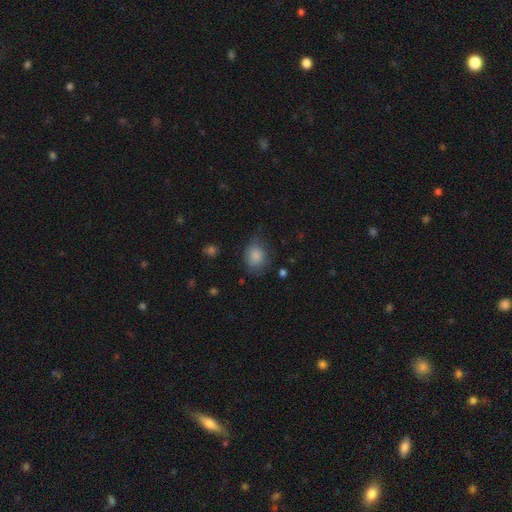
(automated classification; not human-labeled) Smooth or featured? Predicted: smooth (p=0.84). How rounded? Predicted: in between (p=0.55). Merging? Predicted: none (p=0.59).